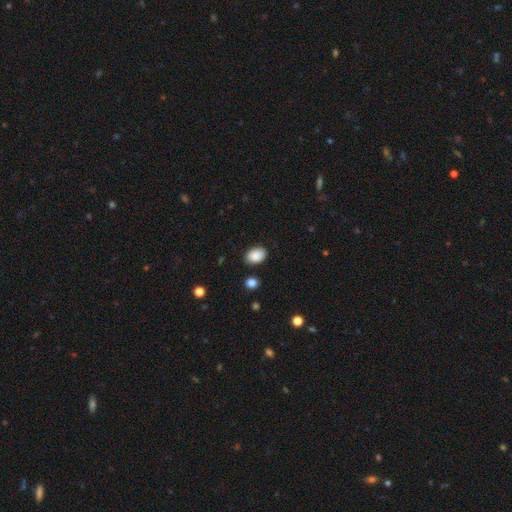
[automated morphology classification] A smooth galaxy with no disk features (89%) that is in between round and cigar-shaped (82%).

Vote fractions:
- Smooth or featured? smooth: 89% / star or artifact: 7% / featured or disk: 4%
- How rounded? in between: 82% / round: 17% / cigar-shaped: 1%
- Merging? none: 85% / minor disturbance: 10% / major disturbance: 3% / merger: 2%